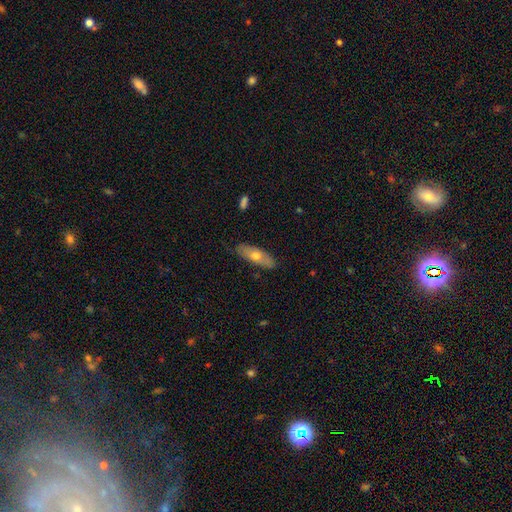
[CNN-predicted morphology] A smooth galaxy with no disk features (58%) that is in between round and cigar-shaped (59%). Merging: none (85%).